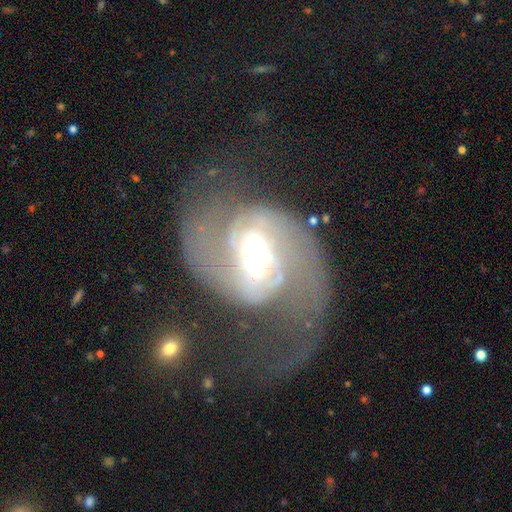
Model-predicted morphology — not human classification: This is clearly a featured or disk galaxy (88%). It is clearly not viewed edge-on (97%). Bar: marginally no (41%). Spiral arm pattern: clearly yes (95%). Spiral arm count: clearly 2 (81%). Spiral winding: possibly medium (47%). Central bulge: likely moderate (62%). Merging: possibly none (48%).